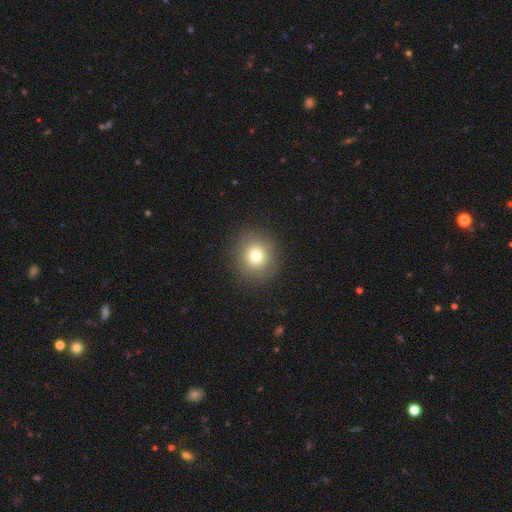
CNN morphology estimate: smooth_or_featured: smooth (p=0.76) [alt: star or artifact p=0.13]
how_rounded: round (p=0.88) [alt: in between p=0.11]
merging: none (p=0.89) [alt: minor disturbance p=0.07]